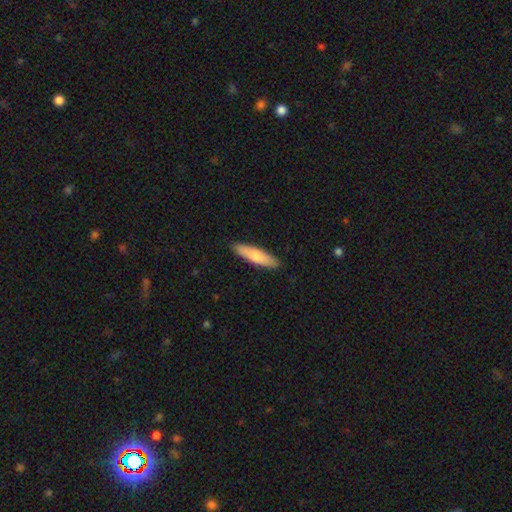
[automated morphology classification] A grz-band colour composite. It shows a smooth galaxy with no disk features (75%) that is cigar-shaped (73%). Merging: none (89%).